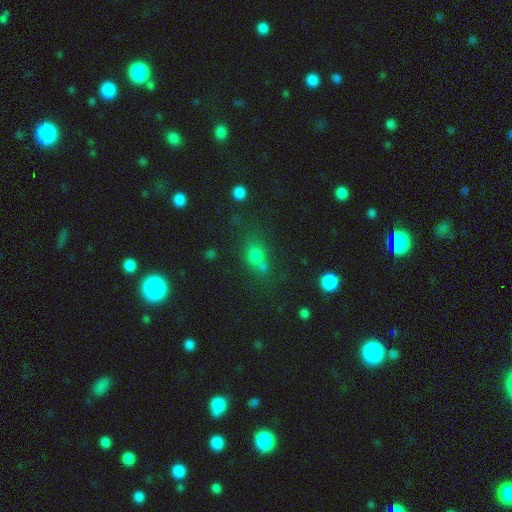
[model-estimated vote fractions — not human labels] Overall: smooth (69%). How rounded: round (62%; in between 36%). Merging: none (50%; merger 30%).